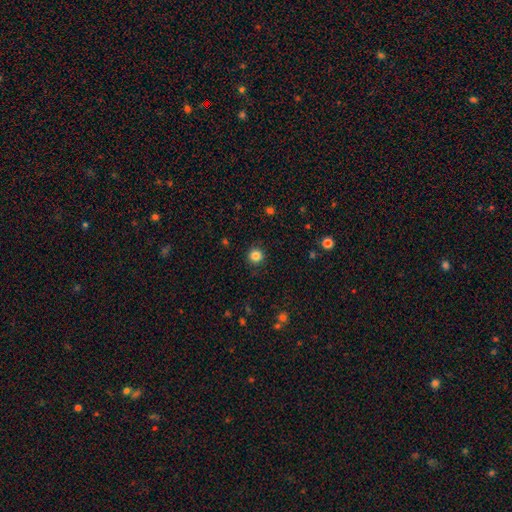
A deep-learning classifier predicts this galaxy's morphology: Smooth or featured: smooth — 84% (star or artifact — 11%)
How rounded: round — 94% (in between — 5%)
Merging: none — 91% (minor disturbance — 6%)